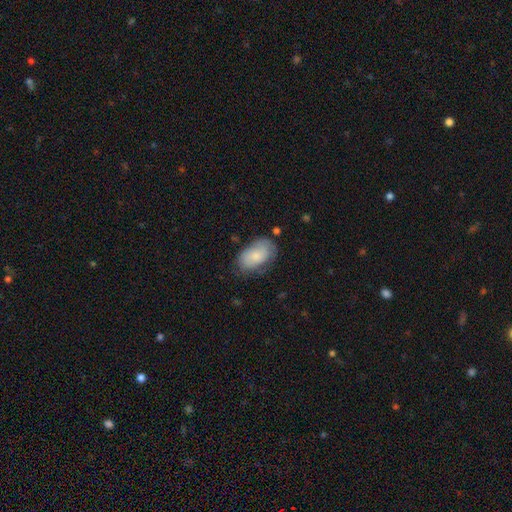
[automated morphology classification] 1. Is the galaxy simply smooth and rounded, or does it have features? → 74% smooth, 20% featured or disk, 6% star or artifact.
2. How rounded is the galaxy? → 92% in between, 7% round, 1% cigar-shaped.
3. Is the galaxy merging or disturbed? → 62% none, 28% minor disturbance, 8% major disturbance, 2% merger.